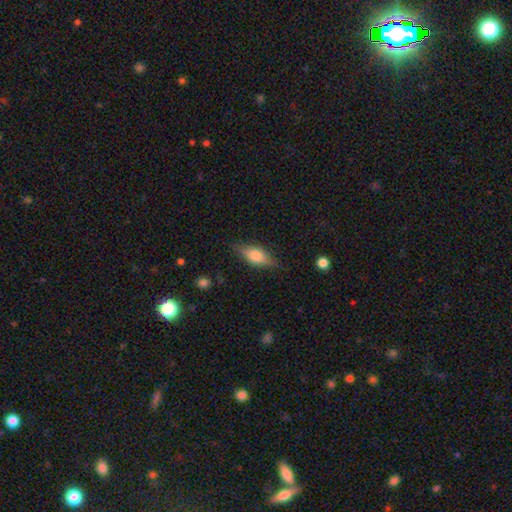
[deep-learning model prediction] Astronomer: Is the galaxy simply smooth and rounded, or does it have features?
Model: smooth — 53% (runner-up: featured or disk, 39%).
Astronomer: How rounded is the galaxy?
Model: in between — 70%.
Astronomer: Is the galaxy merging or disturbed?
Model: none — 80%.